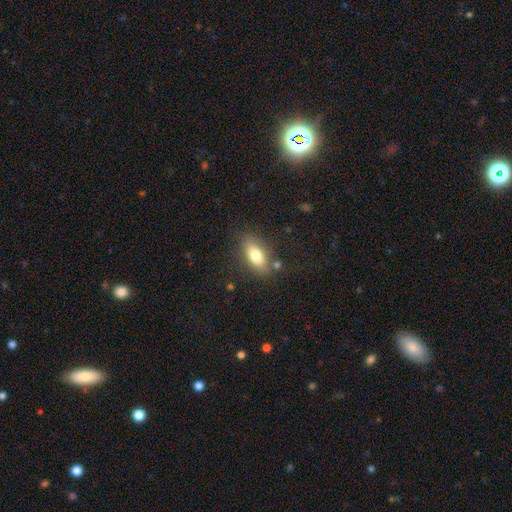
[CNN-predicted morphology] Overall: smooth (75%). How rounded: in between (83%). Merging: none (77%).